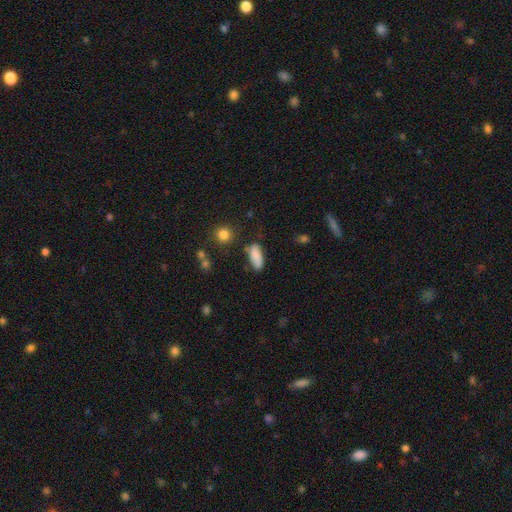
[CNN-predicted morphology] type=smooth (81%); roundness=in between (77%); merging=none (68%).